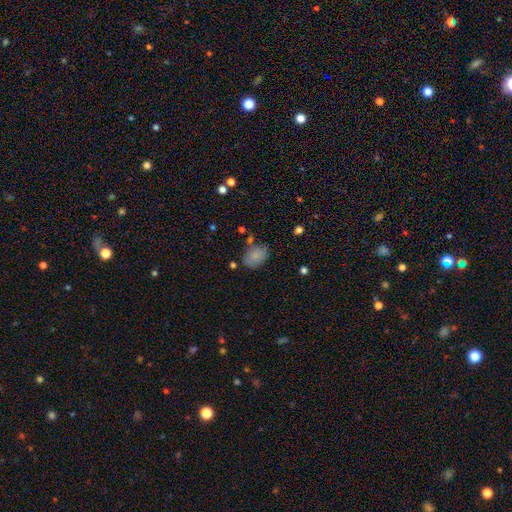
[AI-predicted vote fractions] Morphology: type=smooth (82%); roundness=in between (73%); merging=none (65%).